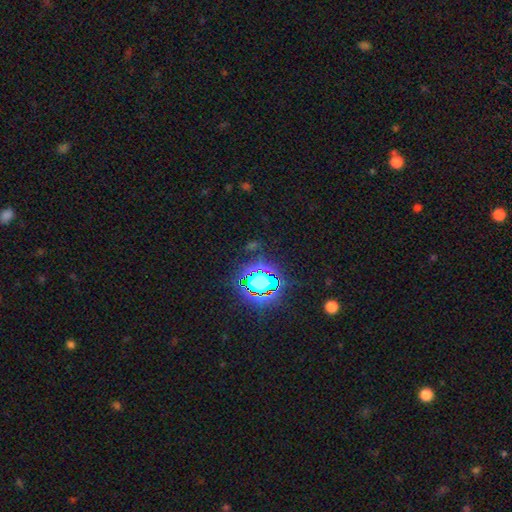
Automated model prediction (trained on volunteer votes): This appears to be a star or artifact, not a galaxy (81%).